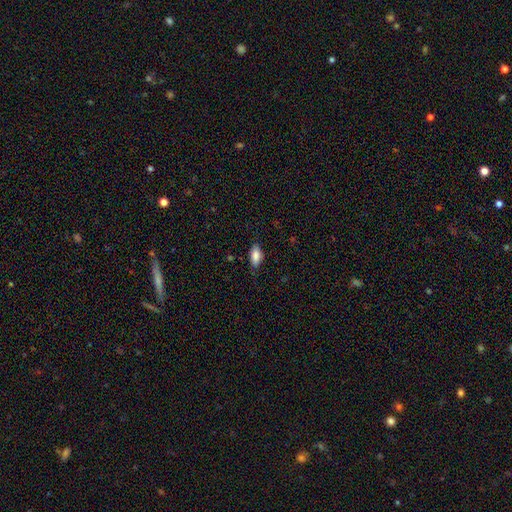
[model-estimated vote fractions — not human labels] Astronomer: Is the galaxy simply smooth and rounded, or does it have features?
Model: smooth — 84%.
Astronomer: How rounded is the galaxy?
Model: in between — 88%.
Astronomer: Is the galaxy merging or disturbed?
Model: none — 81%.